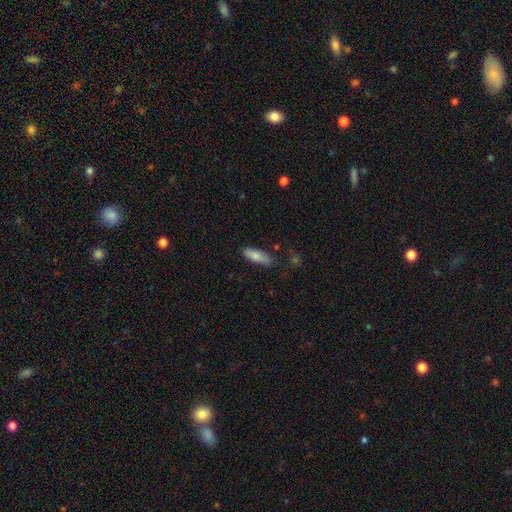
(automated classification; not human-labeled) This is likely a smooth galaxy (78%). How rounded: likely in between (60%). Merging: clearly none (81%).